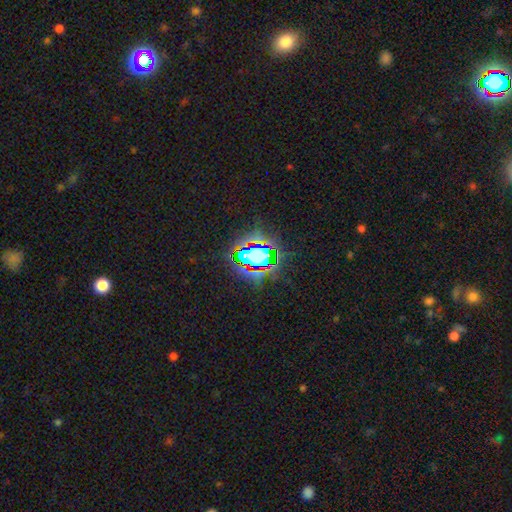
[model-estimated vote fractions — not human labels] Smooth or featured? star or artifact (64%)